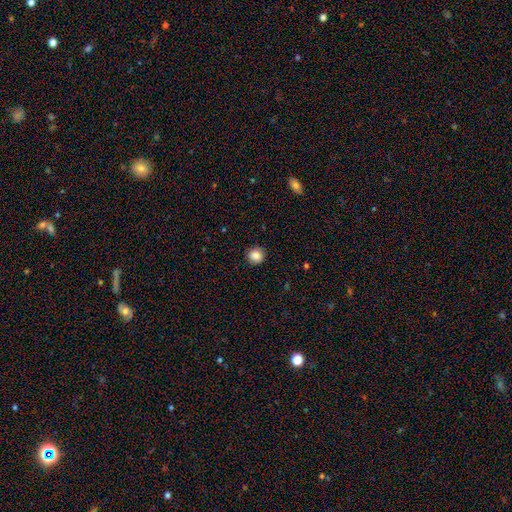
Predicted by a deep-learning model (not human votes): smooth-or-featured: smooth: 86% | star or artifact: 10% | featured or disk: 4%
  how-rounded: round: 91% | in between: 8% | cigar-shaped: 1%
  merging: none: 91% | minor disturbance: 6% | major disturbance: 2% | merger: 1%